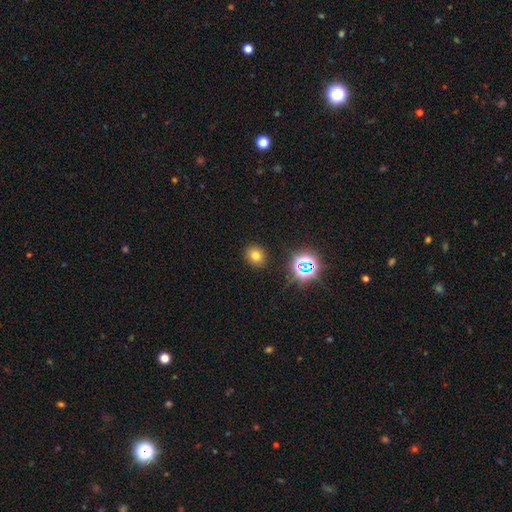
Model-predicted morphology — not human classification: A smooth galaxy with no disk features (71%) that is round (64%).

Vote fractions:
- Smooth or featured? smooth: 71% / star or artifact: 21% / featured or disk: 8%
- How rounded? round: 64% / in between: 35% / cigar-shaped: 1%
- Merging? none: 88% / minor disturbance: 8% / major disturbance: 3% / merger: 2%